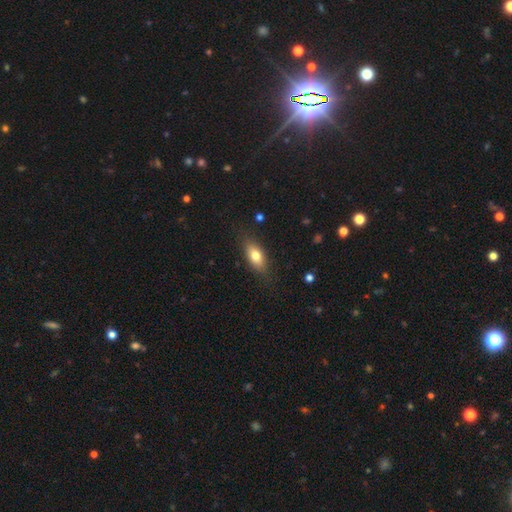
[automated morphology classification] Smooth or featured?
  - smooth: 74% *
  - featured or disk: 18%
  - star or artifact: 7%
How rounded?
  - in between: 80% *
  - cigar-shaped: 15%
  - round: 5%
Merging?
  - none: 82% *
  - minor disturbance: 13%
  - major disturbance: 3%
  - merger: 1%